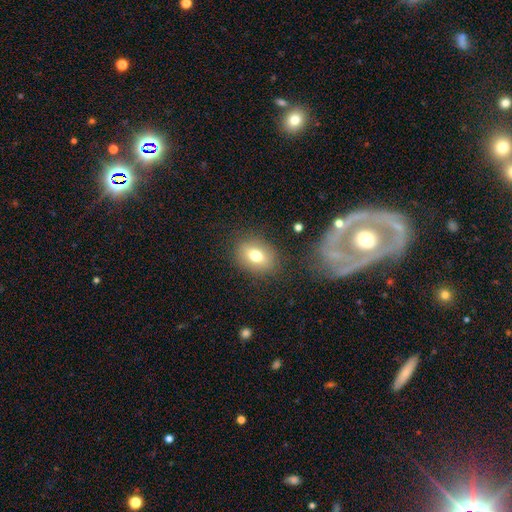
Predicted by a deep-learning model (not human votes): smooth-or-featured: smooth: 73% | featured or disk: 16% | star or artifact: 11%
  how-rounded: in between: 63% | round: 36% | cigar-shaped: 1%
  merging: none: 83% | minor disturbance: 11% | major disturbance: 4% | merger: 2%